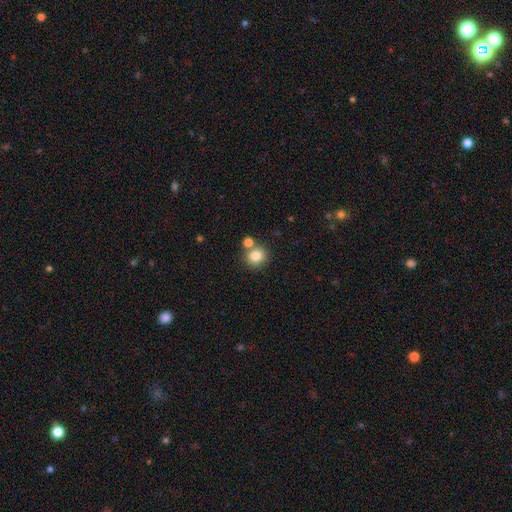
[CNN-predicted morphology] Smooth or featured? smooth (82%)
How rounded? round (88%)
Merging? none (71%)